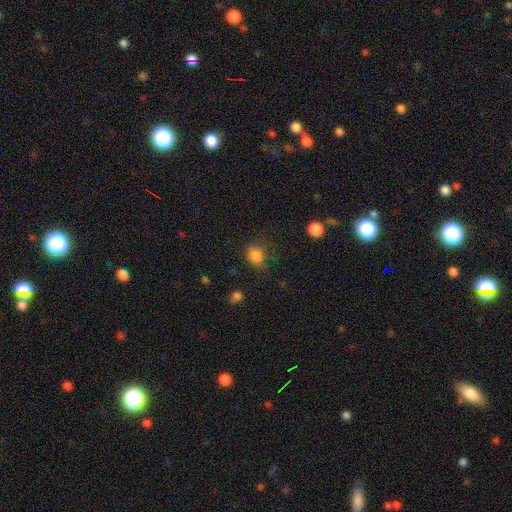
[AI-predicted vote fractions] Q: Smooth or featured?
A: smooth (76%); runner-up: star or artifact (16%)
Q: How rounded?
A: round (64%); runner-up: in between (35%)
Q: Merging?
A: none (67%); runner-up: minor disturbance (19%)